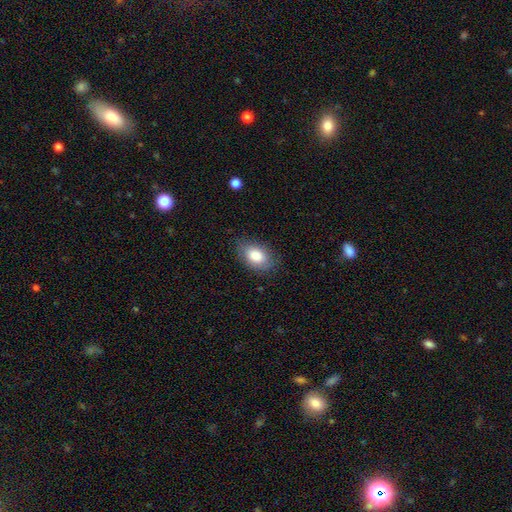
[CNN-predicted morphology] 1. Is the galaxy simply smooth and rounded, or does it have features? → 83% smooth, 10% featured or disk, 7% star or artifact.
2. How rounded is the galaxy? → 89% in between, 10% round, 1% cigar-shaped.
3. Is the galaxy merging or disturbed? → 80% none, 15% minor disturbance, 4% major disturbance, 1% merger.